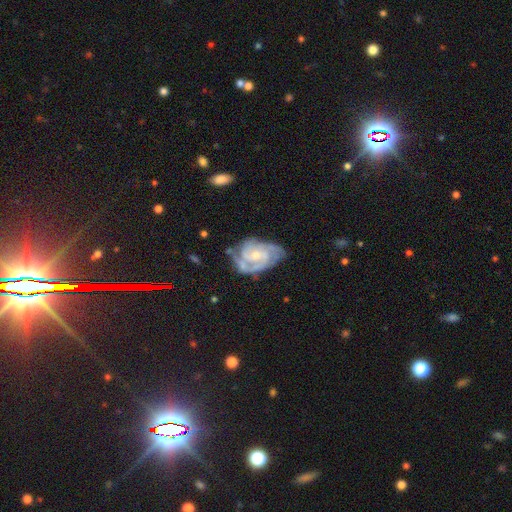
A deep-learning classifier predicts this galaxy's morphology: A featured or disk galaxy (89%) with no bar (52%), 3 (42%) tight (54%) spiral arms (97%) and a small central bulge (57%).

Vote fractions:
- Smooth or featured? featured or disk: 89% / smooth: 6% / star or artifact: 5%
- Edge-on disk? no: 98% / yes: 2%
- Bar? no: 52% / weak: 38% / strong: 9%
- Spiral arms? yes: 97% / no: 3%
- Spiral winding? tight: 54% / medium: 40% / loose: 6%
- Spiral arm count? 3: 42% / 2: 30% / can't tell: 12% / 4: 8% / 1: 4% / more than 4: 4%
- Bulge size? small: 57% / moderate: 38% / none: 3% / large: 1% / dominant: 1%
- Merging? none: 64% / minor disturbance: 24% / major disturbance: 9% / merger: 3%